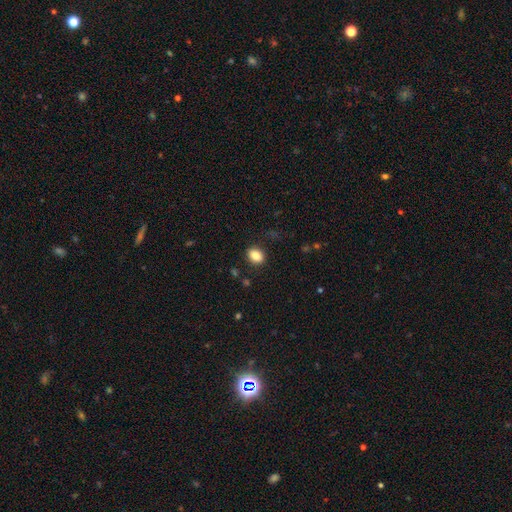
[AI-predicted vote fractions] Smooth or featured?
  - smooth: 85% *
  - star or artifact: 9%
  - featured or disk: 6%
How rounded?
  - in between: 69% *
  - round: 30%
  - cigar-shaped: 1%
Merging?
  - none: 85% *
  - minor disturbance: 10%
  - major disturbance: 3%
  - merger: 1%